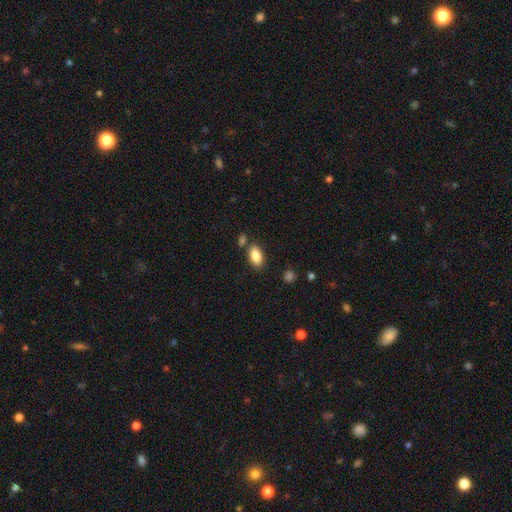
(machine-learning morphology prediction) smooth_or_featured: smooth (p=0.86) [alt: star or artifact p=0.07]
how_rounded: in between (p=0.92) [alt: round p=0.04]
merging: none (p=0.76) [alt: minor disturbance p=0.12]